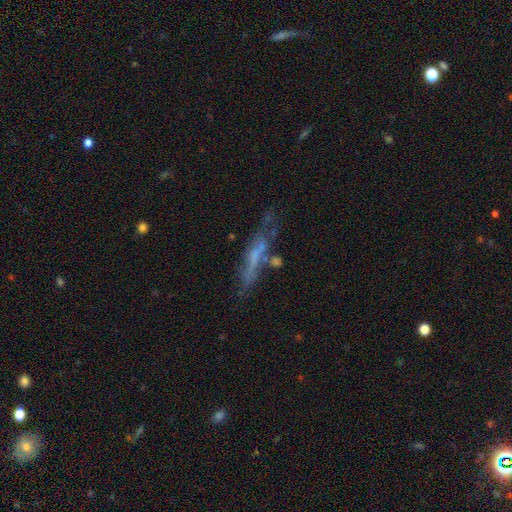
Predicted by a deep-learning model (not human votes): smooth-or-featured: featured or disk: 53% | smooth: 35% | star or artifact: 12%
  disk-edge-on: yes: 60% | no: 40%
  merging: none: 48% | minor disturbance: 22% | major disturbance: 17% | merger: 13%